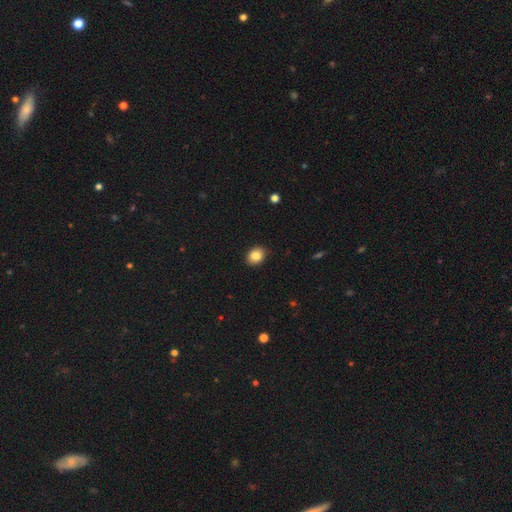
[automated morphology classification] smooth-or-featured: smooth: 84% | star or artifact: 9% | featured or disk: 7%
  how-rounded: in between: 56% | round: 43% | cigar-shaped: 1%
  merging: none: 90% | minor disturbance: 8% | major disturbance: 2% | merger: 1%